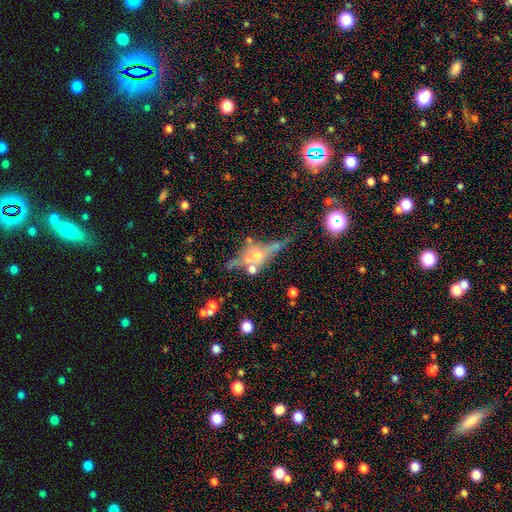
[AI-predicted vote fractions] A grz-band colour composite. It shows a featured or disk galaxy (67%) viewed edge-on (74%). Merging: none (53%).